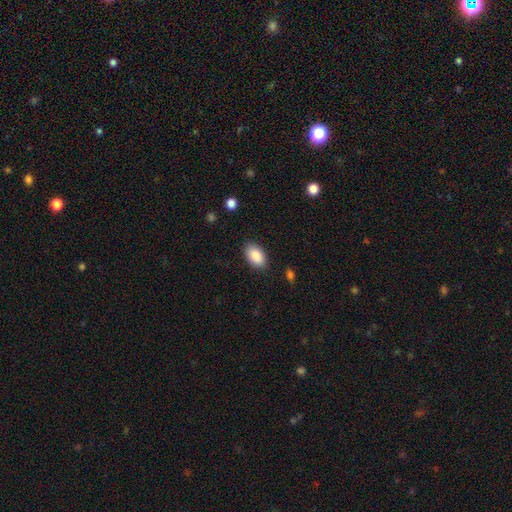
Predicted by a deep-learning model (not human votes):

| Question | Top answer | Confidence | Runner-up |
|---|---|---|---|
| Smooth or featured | smooth | 88% | star or artifact (7%) |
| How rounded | in between | 93% | round (6%) |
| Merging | none | 87% | minor disturbance (9%) |